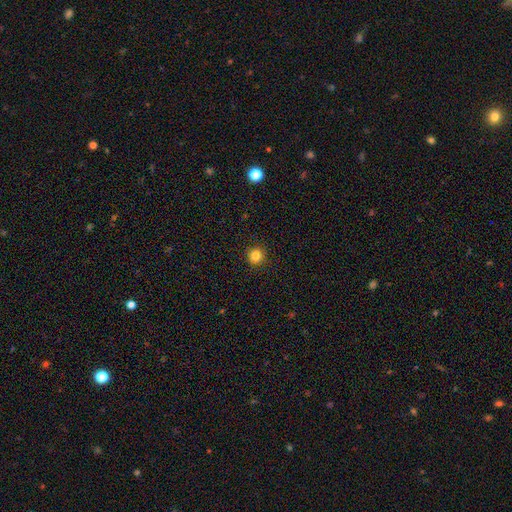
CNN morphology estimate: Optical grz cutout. It shows a smooth galaxy with no disk features (83%) that is round (93%). Merging: none (92%).